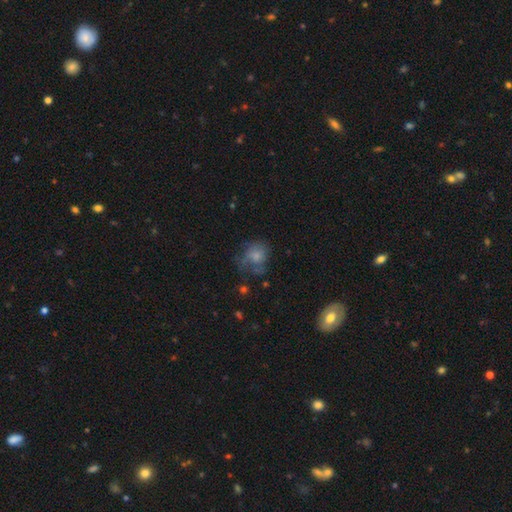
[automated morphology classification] smooth 68%, featured or disk 20%, star or artifact 11%. Down the decision tree: how rounded — round (66%); merging — none (40%).